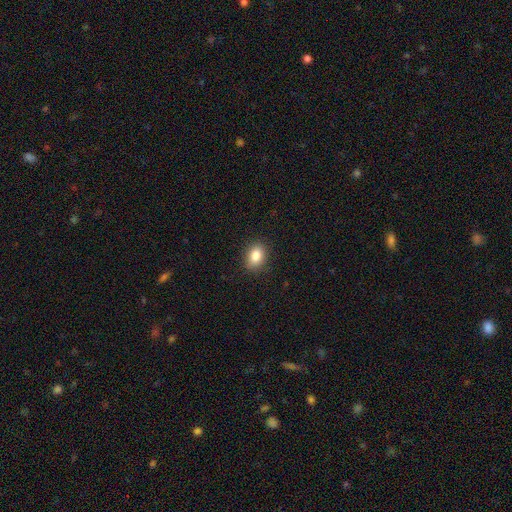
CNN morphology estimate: A smooth galaxy with no disk features (85%) that is in between round and cigar-shaped (74%). Merging: none (88%).